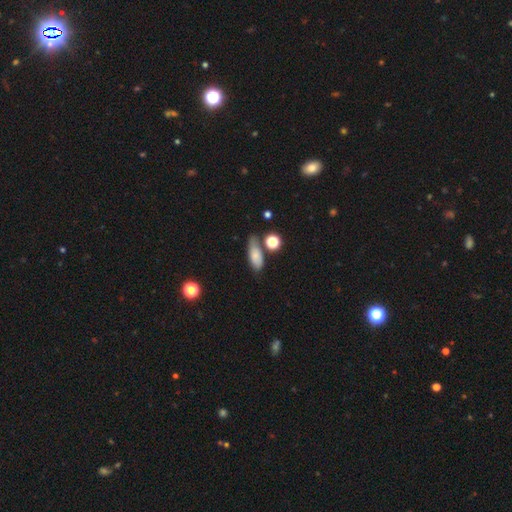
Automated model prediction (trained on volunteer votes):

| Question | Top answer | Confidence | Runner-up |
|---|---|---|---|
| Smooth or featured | smooth | 77% | featured or disk (13%) |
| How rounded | in between | 73% | cigar-shaped (21%) |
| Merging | none | 56% | minor disturbance (25%) |